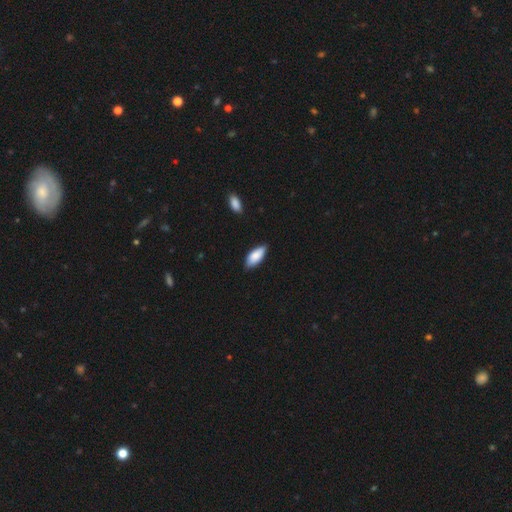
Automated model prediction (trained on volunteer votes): Smooth or featured: smooth — 86% (featured or disk — 9%)
How rounded: in between — 85% (cigar-shaped — 13%)
Merging: none — 79% (minor disturbance — 17%)